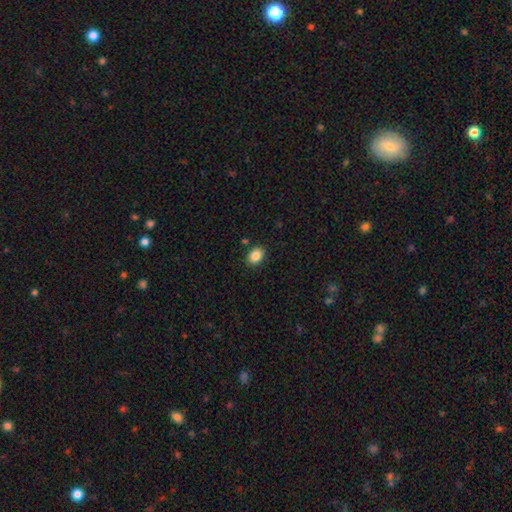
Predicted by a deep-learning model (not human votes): smooth-or-featured: smooth: 87% | star or artifact: 9% | featured or disk: 4%
  how-rounded: in between: 67% | round: 32% | cigar-shaped: 1%
  merging: none: 87% | minor disturbance: 9% | merger: 2% | major disturbance: 2%